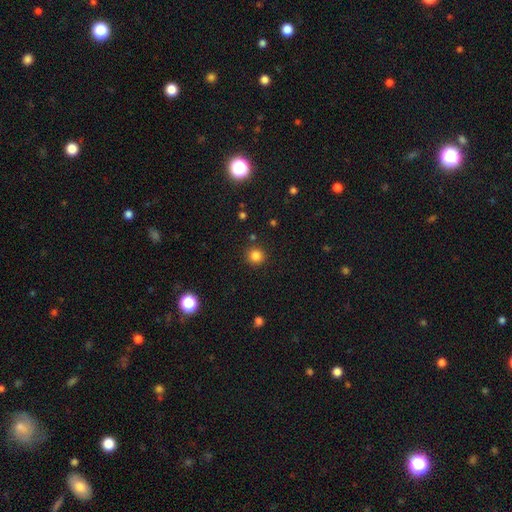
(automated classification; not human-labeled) This is clearly a smooth galaxy (83%). How rounded: clearly round (94%). Merging: clearly none (89%).